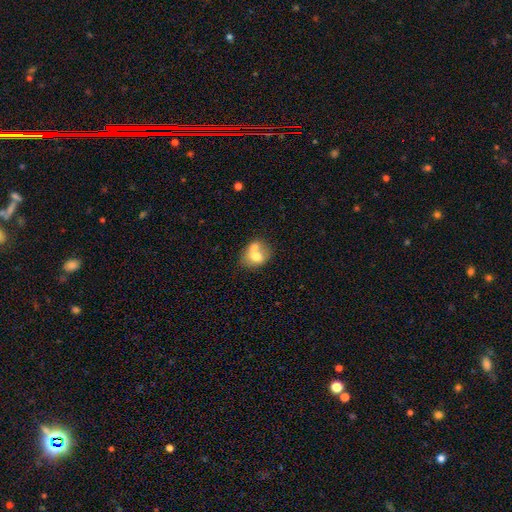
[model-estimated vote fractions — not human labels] smooth-or-featured: smooth: 68% | featured or disk: 24% | star or artifact: 9%
  how-rounded: in between: 50% | round: 49% | cigar-shaped: 1%
  merging: merger: 53% | none: 31% | minor disturbance: 11% | major disturbance: 5%